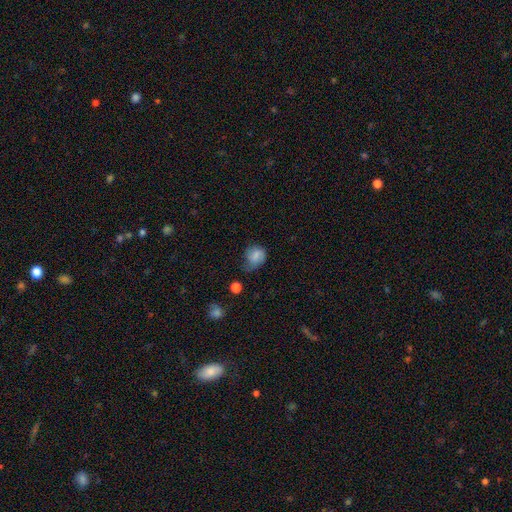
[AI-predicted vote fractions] smooth 76%, featured or disk 15%, star or artifact 9%. Down the decision tree: how rounded — round (58%); merging — none (42%).